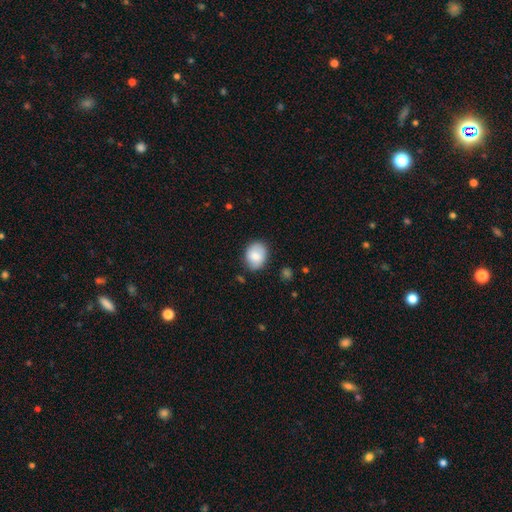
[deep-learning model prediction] Smooth or featured? smooth (81%)
How rounded? in between (55%)
Merging? none (80%)